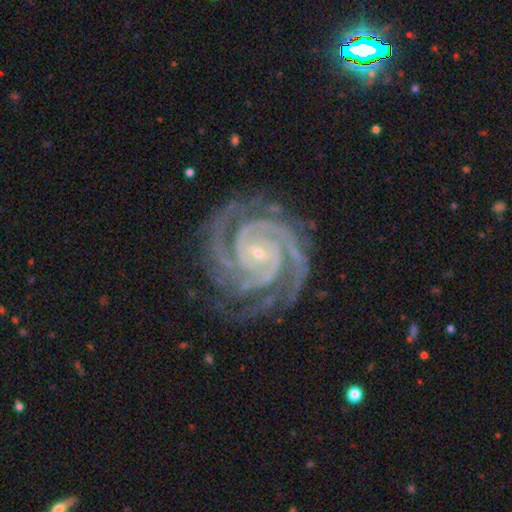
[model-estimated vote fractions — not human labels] A featured or disk galaxy (94%) with no bar (60%), 2 (45%) tight (83%) spiral arms (99%) and a small central bulge (87%). Merging: none (80%).